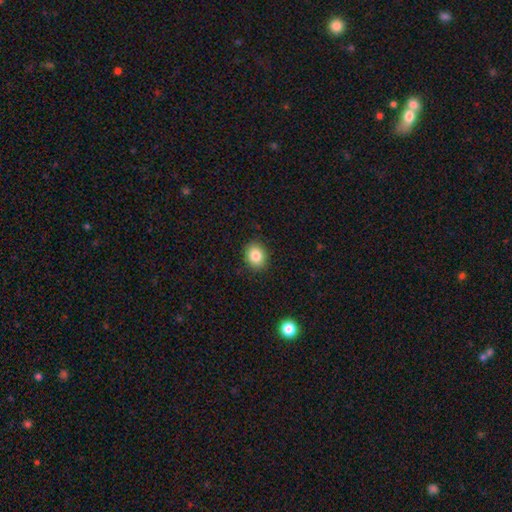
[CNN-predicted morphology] The model was most divided on "how rounded": in between: 50%, round: 49%, cigar-shaped: 1%. More confident: merging — none (89%); smooth or featured — smooth (84%).